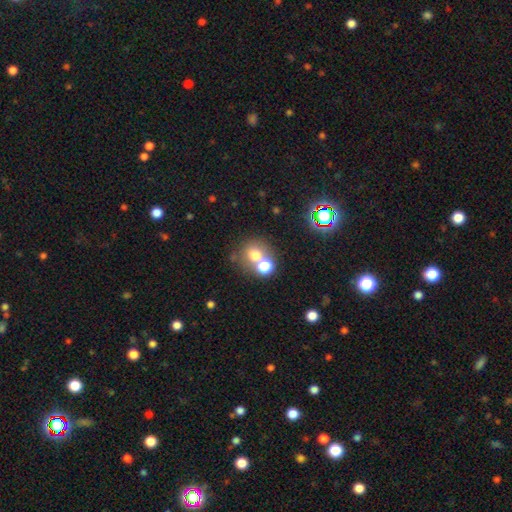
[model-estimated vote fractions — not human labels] Overall: smooth (67%). How rounded: round (82%). Merging: none (51%; merger 36%).